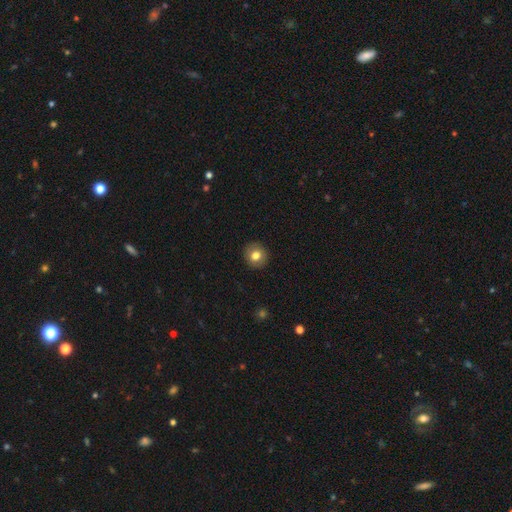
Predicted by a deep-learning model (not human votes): A smooth galaxy with no disk features (79%) that is round (91%).

Vote fractions:
- Smooth or featured? smooth: 79% / featured or disk: 12% / star or artifact: 9%
- How rounded? round: 91% / in between: 8% / cigar-shaped: 1%
- Merging? none: 92% / minor disturbance: 5% / major disturbance: 2% / merger: 1%